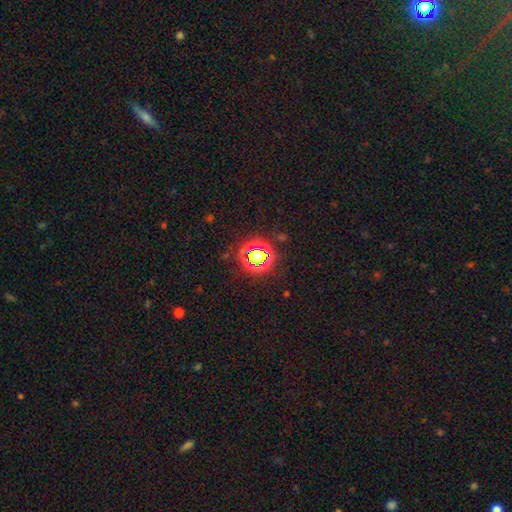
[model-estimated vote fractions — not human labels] A star or artifact, not a galaxy (62%).